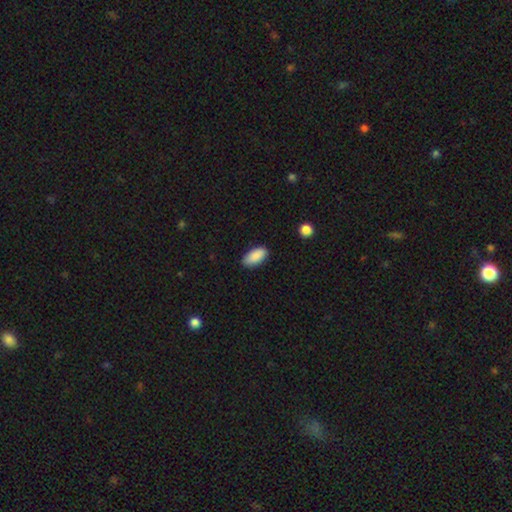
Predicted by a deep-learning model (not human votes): Smooth or featured: smooth — 89% (star or artifact — 7%)
How rounded: in between — 93% (cigar-shaped — 5%)
Merging: none — 85% (minor disturbance — 12%)